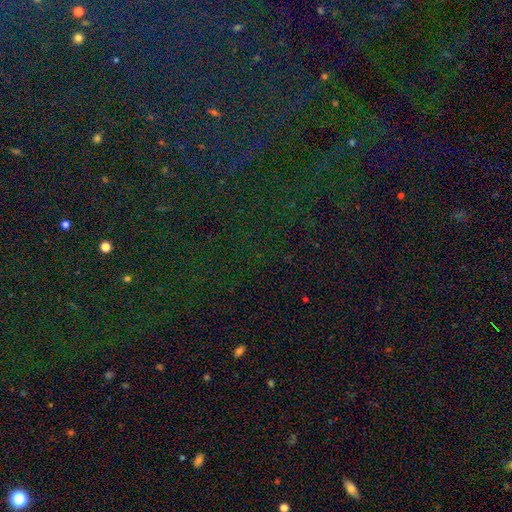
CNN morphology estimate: smooth-or-featured: star or artifact: 84% | smooth: 9% | featured or disk: 7%